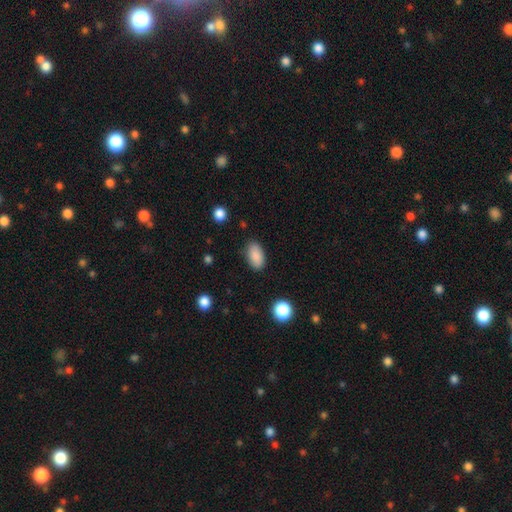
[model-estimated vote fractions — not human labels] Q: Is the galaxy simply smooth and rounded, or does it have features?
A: smooth — 88%.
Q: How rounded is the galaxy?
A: in between — 93%.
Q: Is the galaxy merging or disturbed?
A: none — 86%.